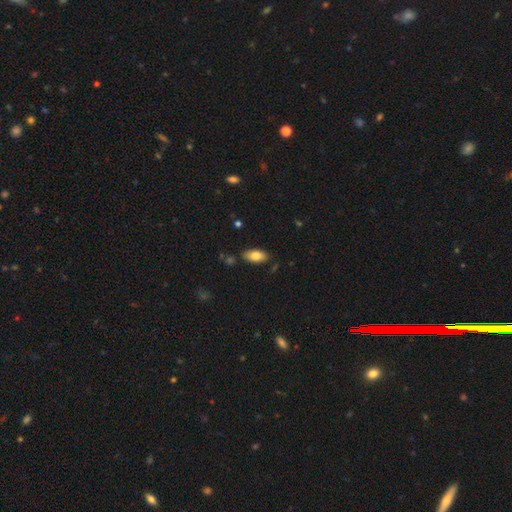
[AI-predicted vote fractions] A smooth galaxy with no disk features (80%) that is in between round and cigar-shaped (92%).

Vote fractions:
- Smooth or featured? smooth: 80% / featured or disk: 13% / star or artifact: 7%
- How rounded? in between: 92% / cigar-shaped: 6% / round: 3%
- Merging? none: 84% / minor disturbance: 12% / merger: 2% / major disturbance: 2%